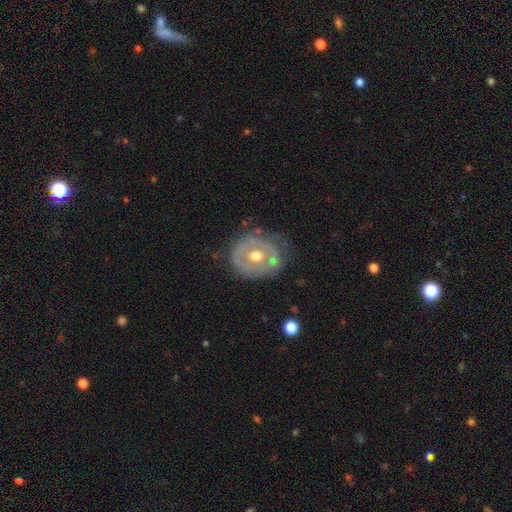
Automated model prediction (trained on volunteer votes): Smooth or featured? featured or disk (69%)
Edge-on disk? no (96%)
Bar? no (77%)
Spiral arms? no (59%)
Bulge size? moderate (78%)
Merging? none (62%)